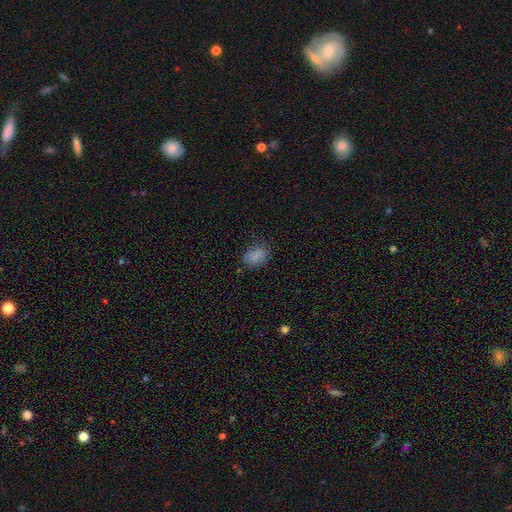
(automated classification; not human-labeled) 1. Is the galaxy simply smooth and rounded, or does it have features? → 83% smooth, 10% star or artifact, 6% featured or disk.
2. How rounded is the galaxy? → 79% in between, 20% round, 1% cigar-shaped.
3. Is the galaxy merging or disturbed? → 77% none, 17% minor disturbance, 4% major disturbance, 2% merger.